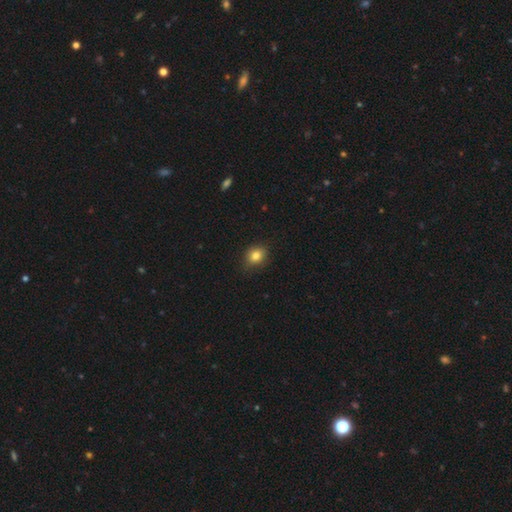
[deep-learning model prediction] Smooth or featured?
  - smooth: 83% *
  - star or artifact: 11%
  - featured or disk: 6%
How rounded?
  - round: 56% *
  - in between: 43%
  - cigar-shaped: 1%
Merging?
  - none: 82% *
  - minor disturbance: 14%
  - major disturbance: 3%
  - merger: 1%